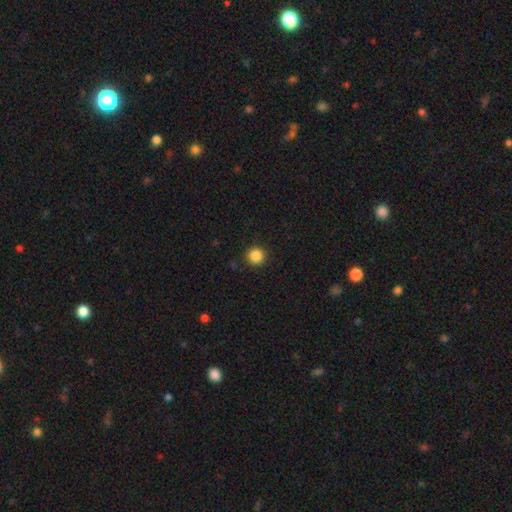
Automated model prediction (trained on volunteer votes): Q: Smooth or featured?
A: smooth (86%); runner-up: star or artifact (11%)
Q: How rounded?
A: round (95%); runner-up: in between (4%)
Q: Merging?
A: none (91%); runner-up: minor disturbance (6%)